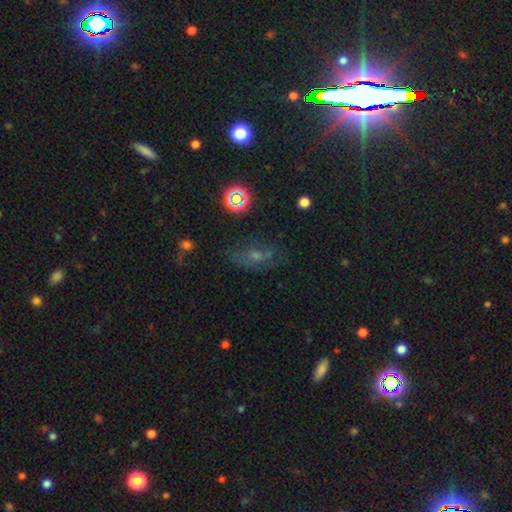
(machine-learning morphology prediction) Smooth or featured: smooth — 37% (star or artifact — 33%)
Merging: none — 60% (minor disturbance — 22%)